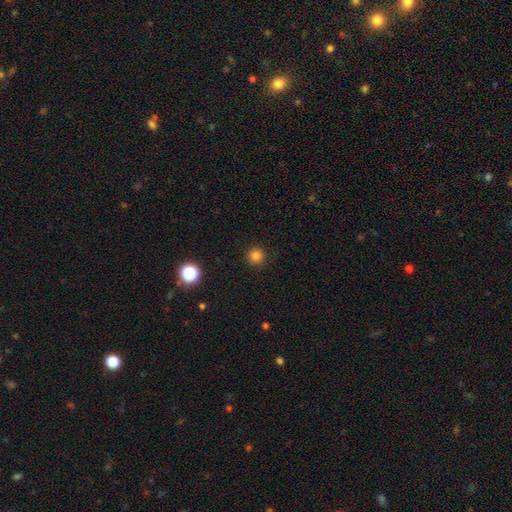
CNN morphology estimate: Smooth or featured? smooth (82%)
How rounded? round (96%)
Merging? none (91%)